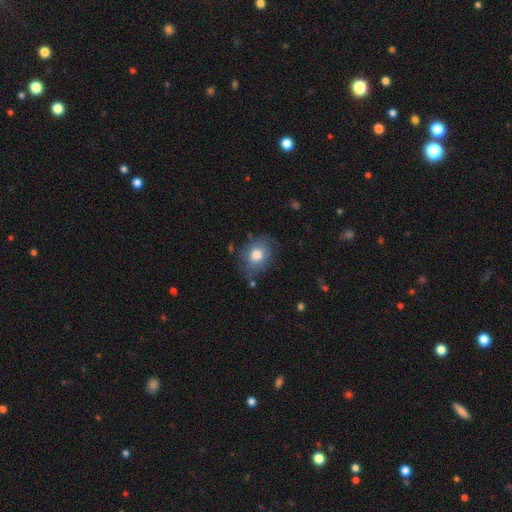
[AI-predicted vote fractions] smooth 75%, featured or disk 17%, star or artifact 8%. Down the decision tree: how rounded — in between (57%); merging — none (63%).